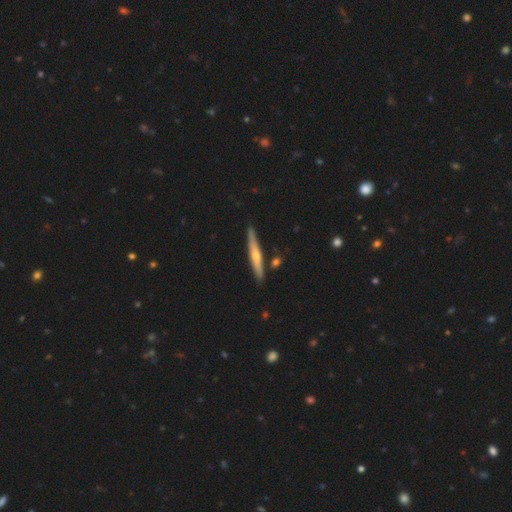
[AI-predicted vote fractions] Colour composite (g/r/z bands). It shows a featured or disk galaxy (63%) viewed edge-on (96%) with a rounded central bulge (77%). Merging: none (87%).